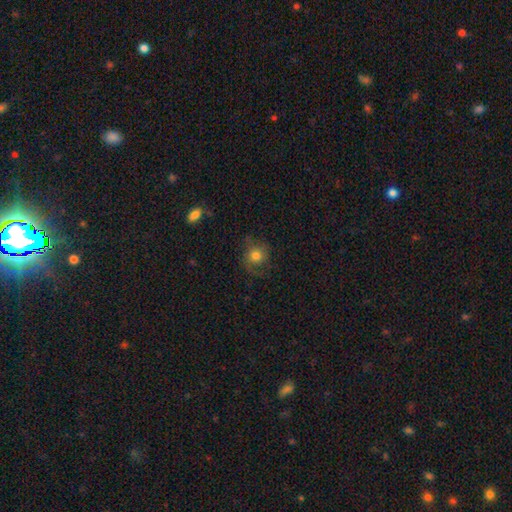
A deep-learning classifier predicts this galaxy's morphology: smooth_or_featured: smooth (p=0.61) [alt: featured or disk p=0.28]
how_rounded: round (p=0.81) [alt: in between p=0.18]
merging: none (p=0.63) [alt: minor disturbance p=0.21]